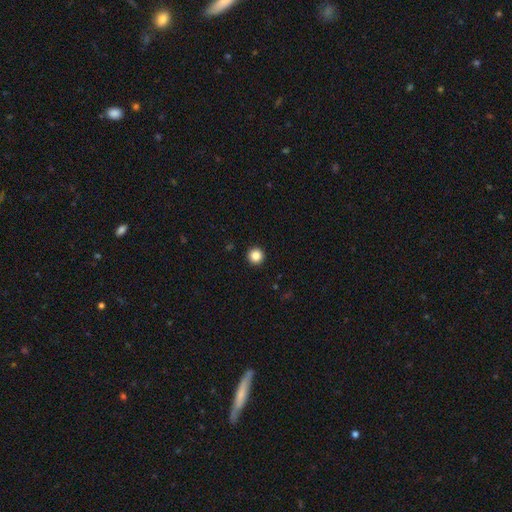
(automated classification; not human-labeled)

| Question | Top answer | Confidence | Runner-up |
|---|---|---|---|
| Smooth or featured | smooth | 86% | star or artifact (10%) |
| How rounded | round | 96% | in between (3%) |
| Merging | none | 94% | minor disturbance (4%) |